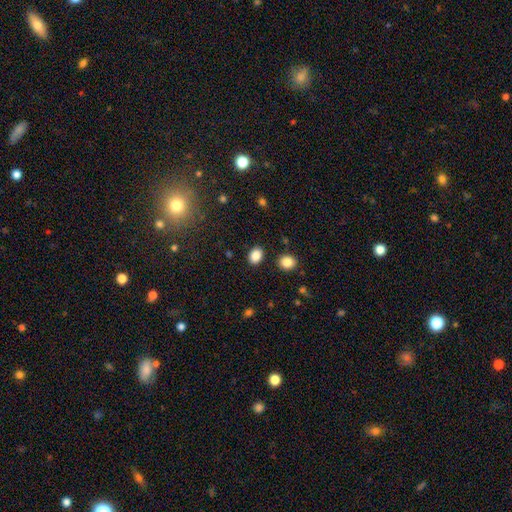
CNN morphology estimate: smooth-or-featured: smooth: 86% | star or artifact: 10% | featured or disk: 4%
  how-rounded: in between: 63% | round: 36% | cigar-shaped: 1%
  merging: none: 86% | minor disturbance: 8% | merger: 4% | major disturbance: 2%